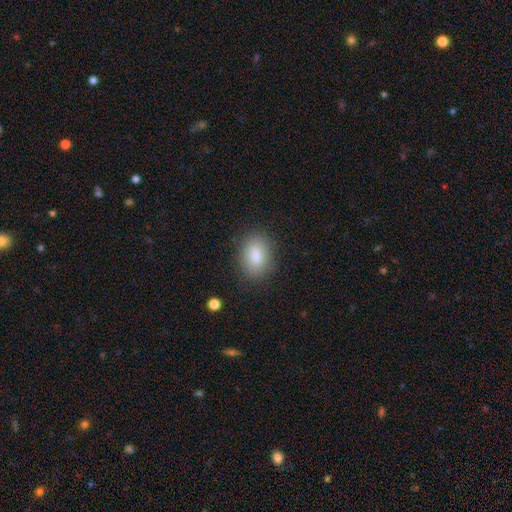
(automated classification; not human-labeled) A smooth galaxy with no disk features (80%) that is in between round and cigar-shaped (71%). Merging: none (82%).